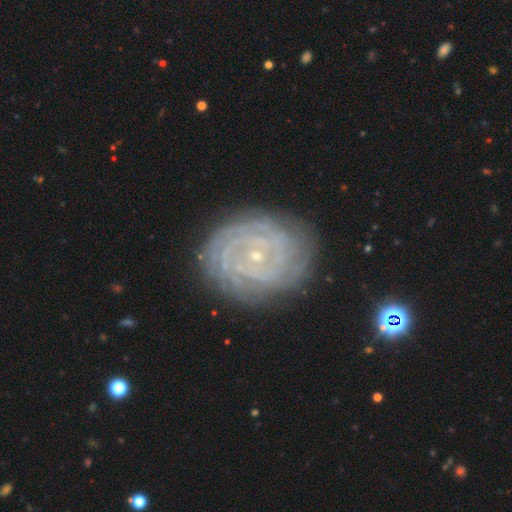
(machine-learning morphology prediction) Q: Smooth or featured?
A: featured or disk (86%); runner-up: star or artifact (7%)
Q: Edge-on disk?
A: no (97%); runner-up: yes (3%)
Q: Bar?
A: no (70%); runner-up: weak (22%)
Q: Spiral arms?
A: yes (97%); runner-up: no (3%)
Q: Spiral winding?
A: tight (86%); runner-up: medium (12%)
Q: Spiral arm count?
A: can't tell (27%); runner-up: 4 (19%)
Q: Bulge size?
A: small (87%); runner-up: moderate (9%)
Q: Merging?
A: none (82%); runner-up: minor disturbance (13%)